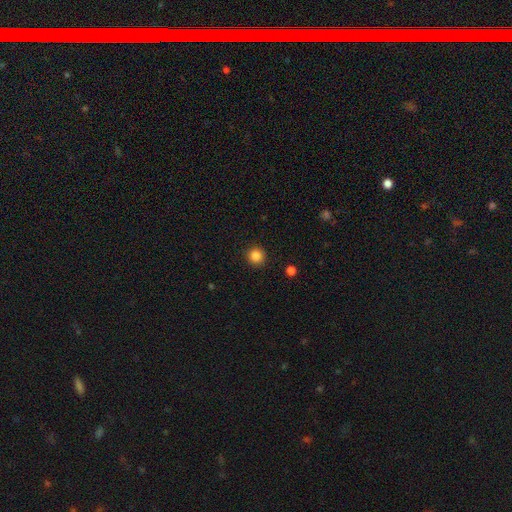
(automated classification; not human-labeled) Smooth or featured: smooth — 85% (star or artifact — 11%)
How rounded: round — 94% (in between — 5%)
Merging: none — 92% (minor disturbance — 5%)